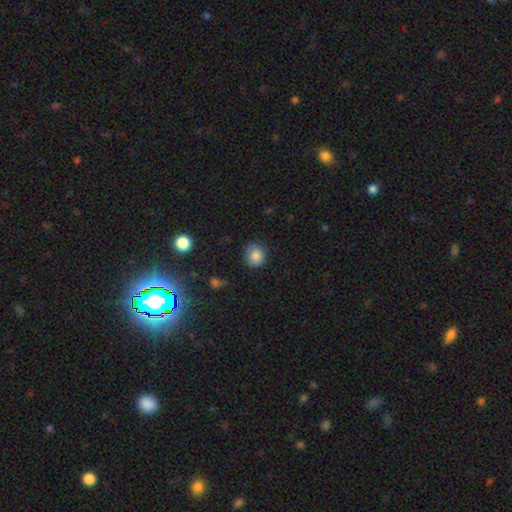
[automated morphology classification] Smooth or featured? smooth (84%)
How rounded? round (84%)
Merging? none (78%)